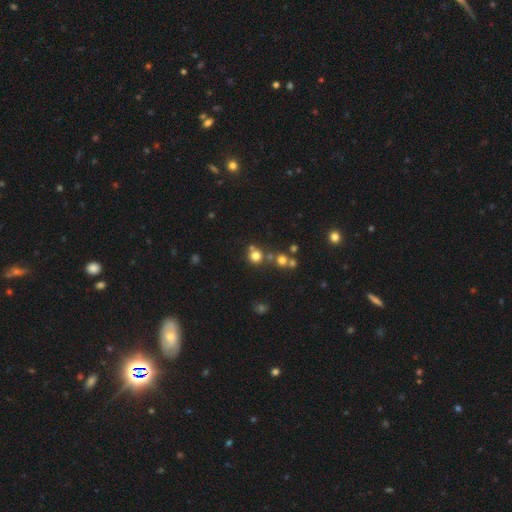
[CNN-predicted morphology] Q: Smooth or featured?
A: smooth (72%); runner-up: star or artifact (18%)
Q: How rounded?
A: round (90%); runner-up: in between (9%)
Q: Merging?
A: none (66%); runner-up: merger (22%)